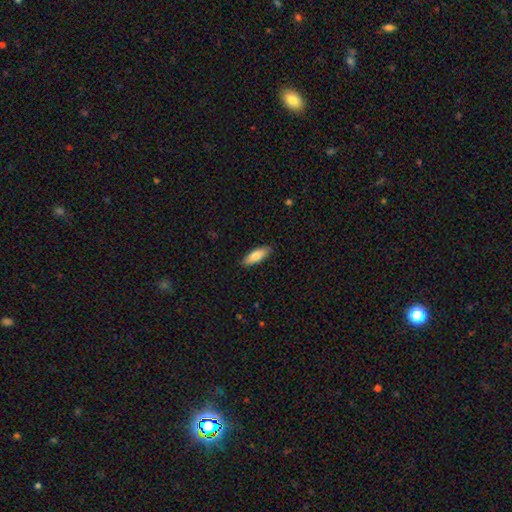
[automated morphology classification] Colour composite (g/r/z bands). It shows a smooth galaxy with no disk features (78%) that is in between round and cigar-shaped (66%). Merging: none (88%).